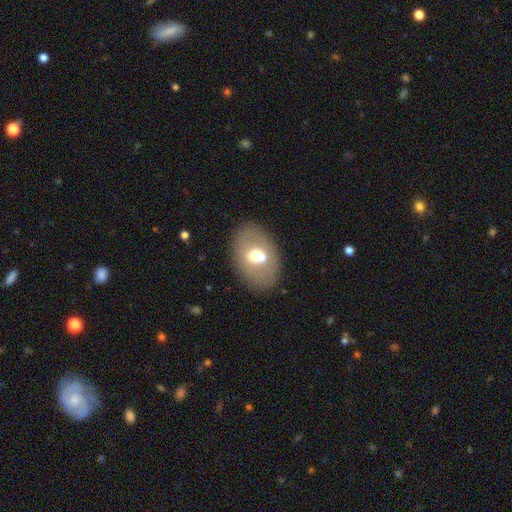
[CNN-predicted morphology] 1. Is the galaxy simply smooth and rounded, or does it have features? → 56% smooth, 35% featured or disk, 10% star or artifact.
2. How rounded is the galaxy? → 79% in between, 20% round, 1% cigar-shaped.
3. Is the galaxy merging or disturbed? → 69% none, 13% merger, 13% minor disturbance, 5% major disturbance.